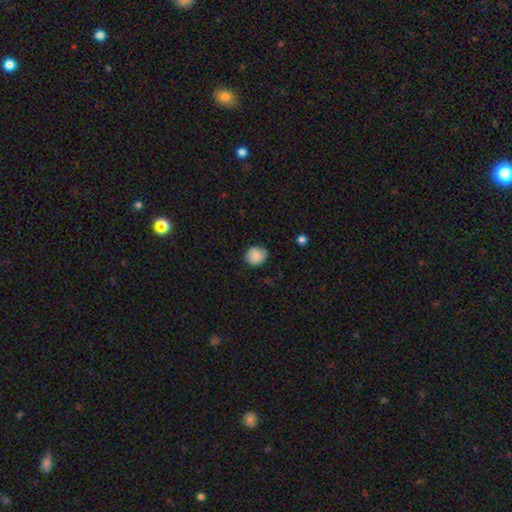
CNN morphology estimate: The model was most divided on "how rounded": round: 75%, in between: 24%, cigar-shaped: 1%. More confident: smooth or featured — smooth (84%); merging — none (77%).